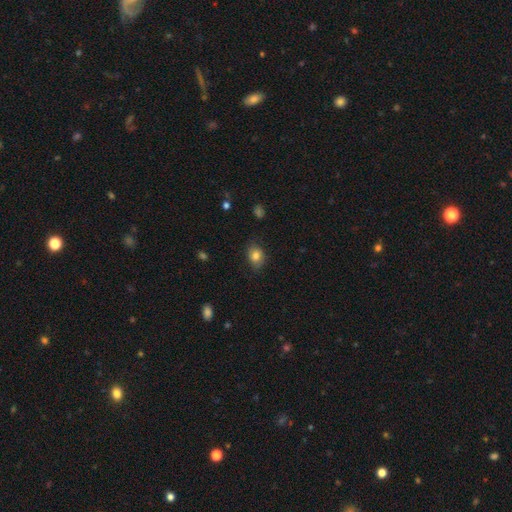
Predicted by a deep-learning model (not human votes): This is clearly a smooth galaxy (81%). How rounded: likely in between (62%). Merging: likely none (80%).